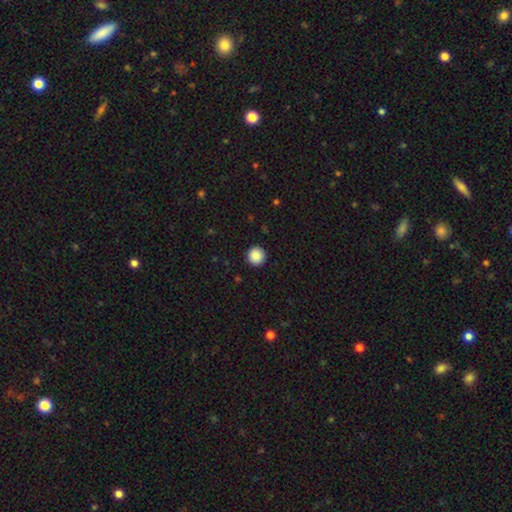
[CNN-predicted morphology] smooth_or_featured: smooth (p=0.89) [alt: star or artifact p=0.09]
how_rounded: round (p=0.96) [alt: in between p=0.03]
merging: none (p=0.93) [alt: minor disturbance p=0.04]